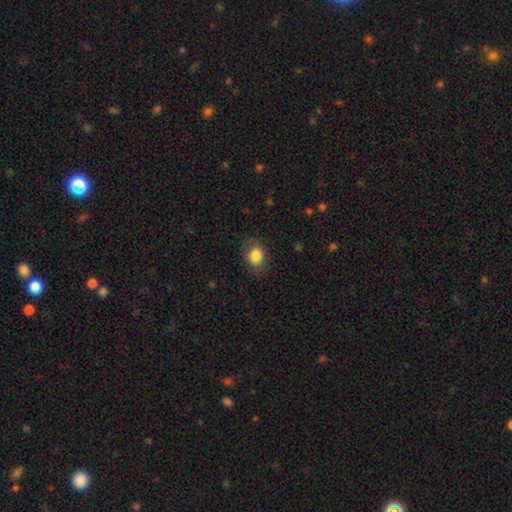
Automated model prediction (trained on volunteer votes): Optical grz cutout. It shows a smooth galaxy with no disk features (84%) that is in between round and cigar-shaped (51%). Merging: none (77%).